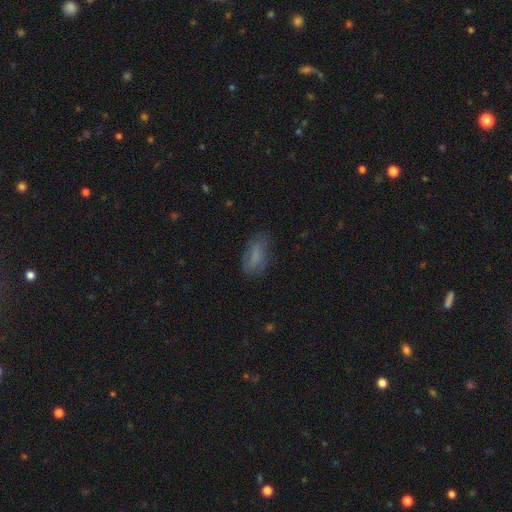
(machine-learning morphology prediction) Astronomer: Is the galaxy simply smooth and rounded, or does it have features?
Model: smooth — 67%.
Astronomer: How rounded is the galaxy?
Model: in between — 80%.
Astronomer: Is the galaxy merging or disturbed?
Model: none — 68%.